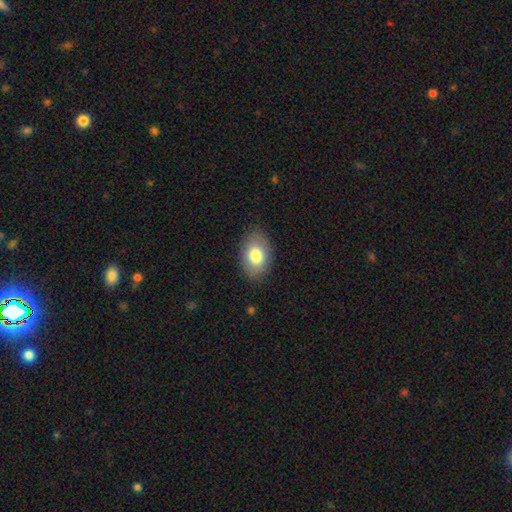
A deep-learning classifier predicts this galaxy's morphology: smooth 79%, featured or disk 14%, star or artifact 8%. Down the decision tree: how rounded — in between (87%); merging — none (85%).